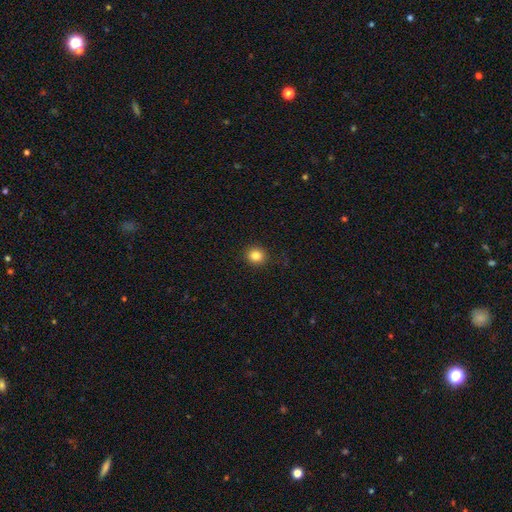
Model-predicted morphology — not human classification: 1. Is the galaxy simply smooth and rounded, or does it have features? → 83% smooth, 11% star or artifact, 5% featured or disk.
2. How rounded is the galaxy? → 85% round, 14% in between, 1% cigar-shaped.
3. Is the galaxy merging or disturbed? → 91% none, 6% minor disturbance, 2% major disturbance, 1% merger.